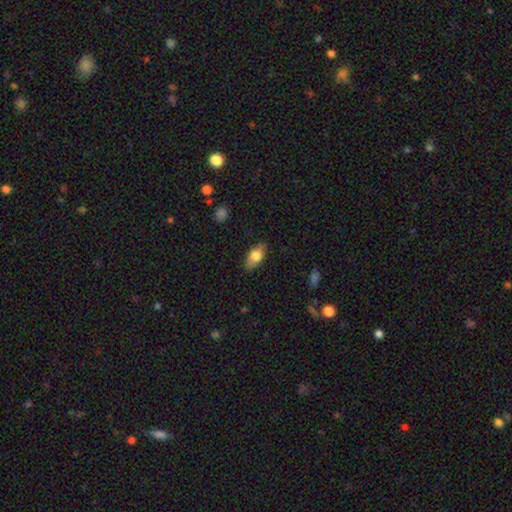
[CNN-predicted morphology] Smooth or featured? Predicted: smooth (p=0.72). How rounded? Predicted: in between (p=0.87). Merging? Predicted: none (p=0.82).